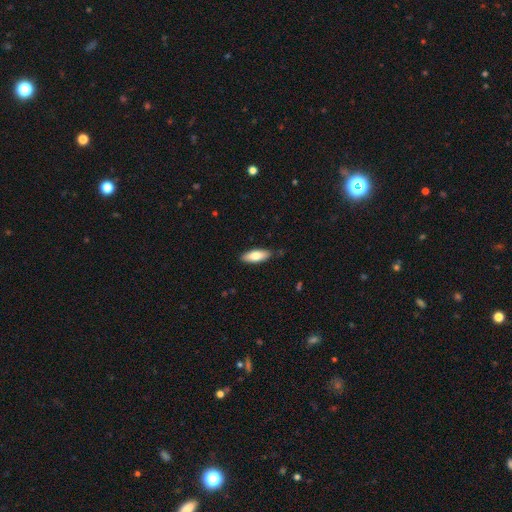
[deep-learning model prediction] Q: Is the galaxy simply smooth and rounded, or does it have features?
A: smooth — 77%.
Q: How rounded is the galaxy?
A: in between — 75%.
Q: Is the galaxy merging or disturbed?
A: none — 85%.